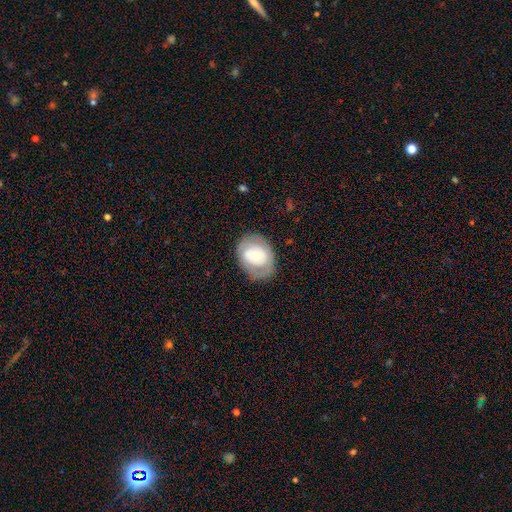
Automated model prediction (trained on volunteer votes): This appears to be a featured or disk galaxy (52%). Merging: none (76%).